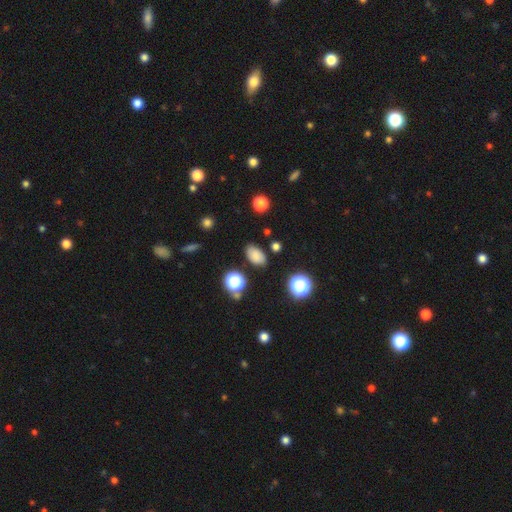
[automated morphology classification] Smooth or featured? Predicted: smooth (p=0.79). How rounded? Predicted: in between (p=0.89). Merging? Predicted: none (p=0.82).